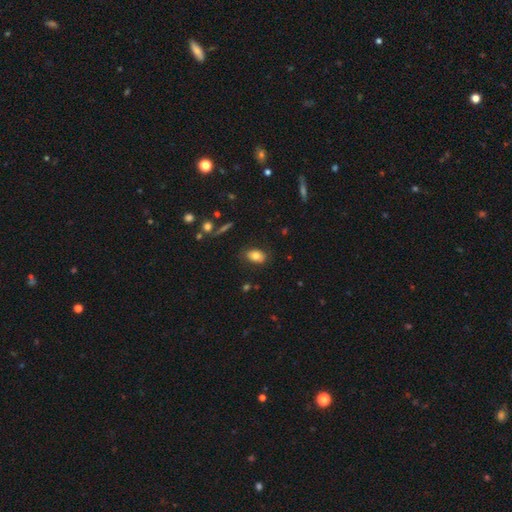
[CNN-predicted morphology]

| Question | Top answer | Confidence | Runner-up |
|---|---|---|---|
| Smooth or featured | smooth | 78% | featured or disk (13%) |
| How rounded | in between | 87% | round (11%) |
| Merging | none | 82% | minor disturbance (13%) |